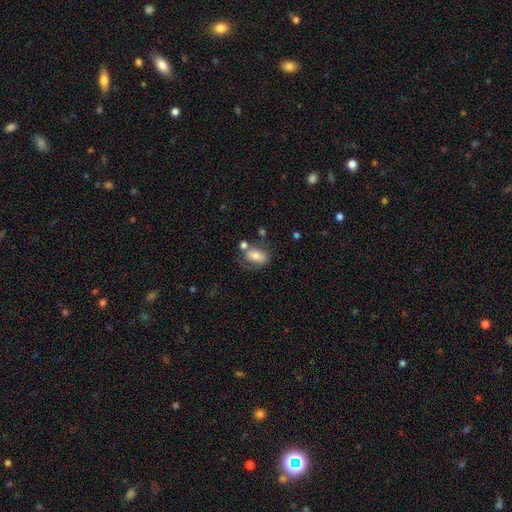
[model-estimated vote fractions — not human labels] A smooth galaxy with no disk features (72%) that is in between round and cigar-shaped (85%). Merging: none (53%).